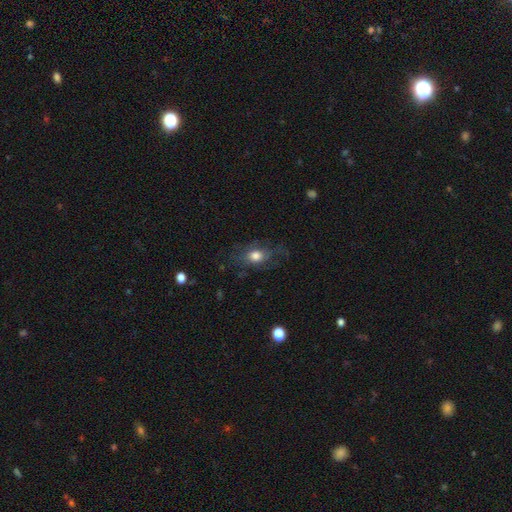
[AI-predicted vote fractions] This appears to be a smooth galaxy with no disk features (64%) that is in between round and cigar-shaped (68%). Merging: none (60%).